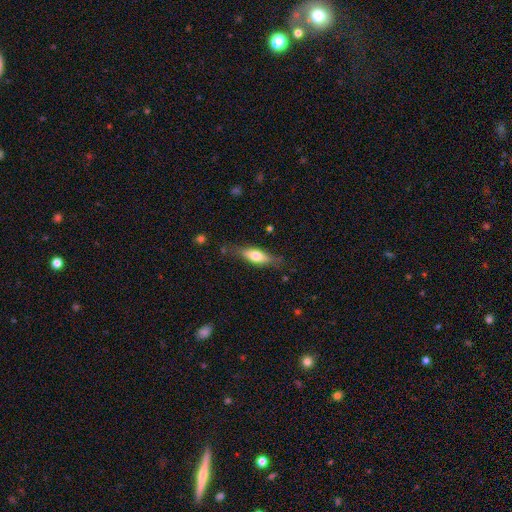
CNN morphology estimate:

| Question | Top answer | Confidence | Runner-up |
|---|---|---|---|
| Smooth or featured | smooth | 63% | featured or disk (31%) |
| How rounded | in between | 57% | cigar-shaped (41%) |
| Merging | none | 73% | minor disturbance (20%) |